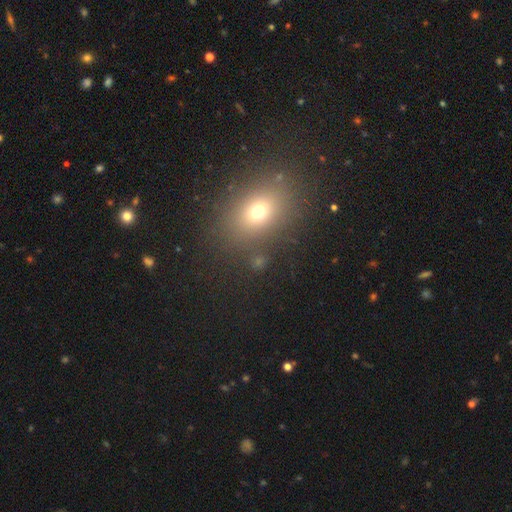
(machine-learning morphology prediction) Q: Smooth or featured?
A: smooth (64%); runner-up: star or artifact (26%)
Q: How rounded?
A: in between (61%); runner-up: round (37%)
Q: Merging?
A: none (85%); runner-up: minor disturbance (8%)